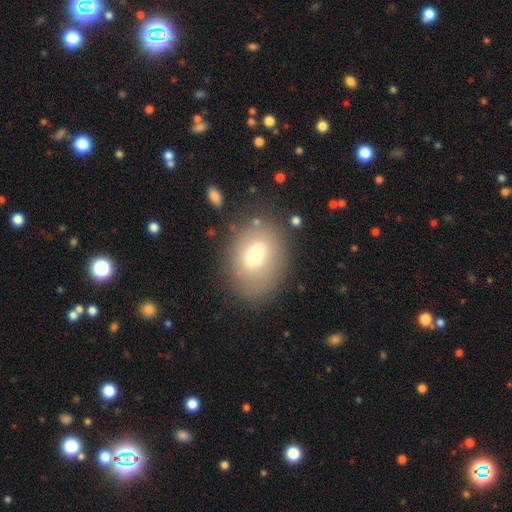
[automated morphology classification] This appears to be a smooth galaxy with no disk features (60%) that is in between round and cigar-shaped (75%). Merging: none (76%).